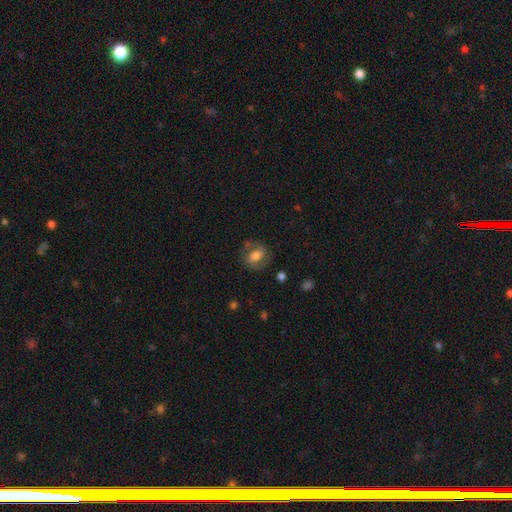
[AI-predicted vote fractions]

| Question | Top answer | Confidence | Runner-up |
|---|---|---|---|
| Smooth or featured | smooth | 52% | featured or disk (39%) |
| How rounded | in between | 56% | round (42%) |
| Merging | none | 69% | minor disturbance (18%) |